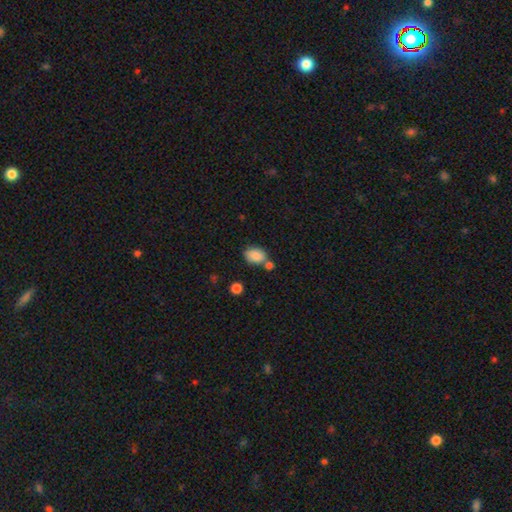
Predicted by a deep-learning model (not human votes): smooth_or_featured: smooth (p=0.83) [alt: star or artifact p=0.09]
how_rounded: in between (p=0.73) [alt: round p=0.26]
merging: none (p=0.61) [alt: merger p=0.19]